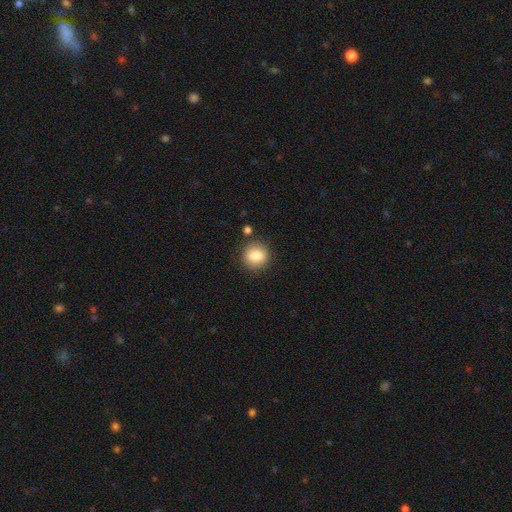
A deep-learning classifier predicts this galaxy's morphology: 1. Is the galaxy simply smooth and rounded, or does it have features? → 83% smooth, 9% star or artifact, 8% featured or disk.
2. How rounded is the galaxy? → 87% round, 12% in between, 1% cigar-shaped.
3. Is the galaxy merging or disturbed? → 86% none, 9% minor disturbance, 3% merger, 2% major disturbance.